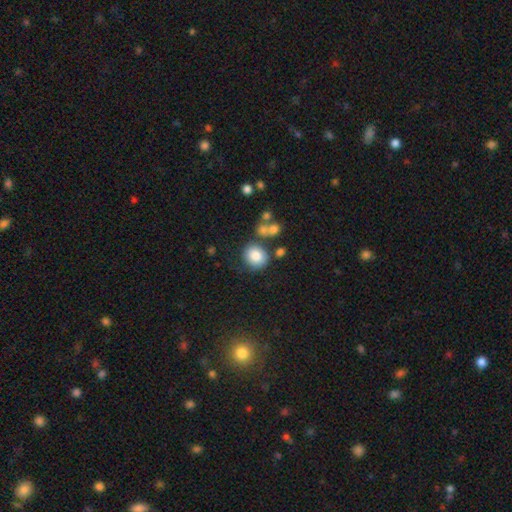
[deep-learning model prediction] smooth-or-featured: smooth: 82% | star or artifact: 9% | featured or disk: 9%
  how-rounded: round: 78% | in between: 21% | cigar-shaped: 1%
  merging: none: 68% | minor disturbance: 15% | merger: 11% | major disturbance: 6%